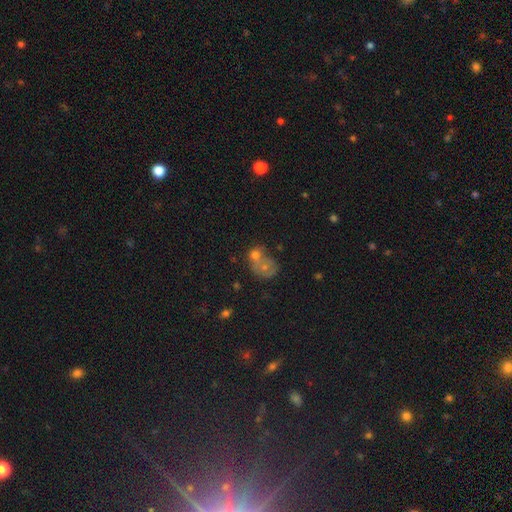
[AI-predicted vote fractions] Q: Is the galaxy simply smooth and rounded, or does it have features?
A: smooth — 54%.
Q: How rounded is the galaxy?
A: round — 64%.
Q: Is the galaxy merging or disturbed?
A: merger — 49%.